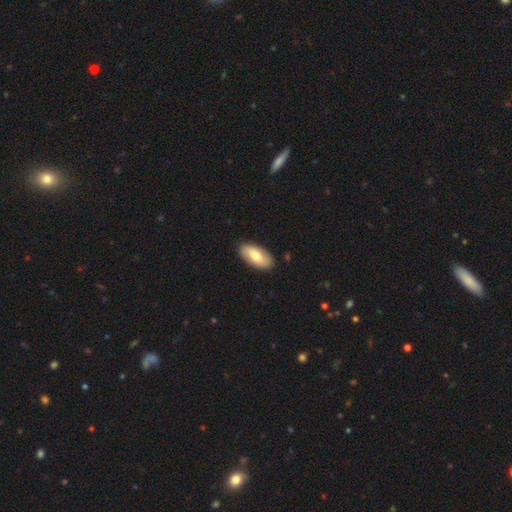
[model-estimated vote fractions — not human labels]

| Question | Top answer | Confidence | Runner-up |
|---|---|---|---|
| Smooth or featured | smooth | 67% | featured or disk (28%) |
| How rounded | in between | 93% | cigar-shaped (5%) |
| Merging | none | 88% | minor disturbance (9%) |